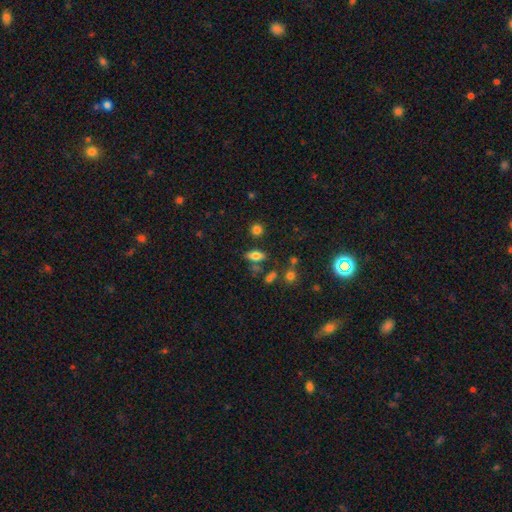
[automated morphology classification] Smooth or featured? Predicted: smooth (p=0.74). How rounded? Predicted: in between (p=0.83). Merging? Predicted: none (p=0.72).